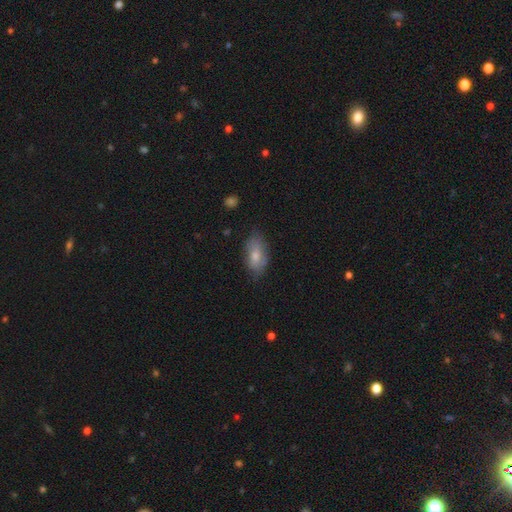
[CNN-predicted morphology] Smooth or featured? smooth (74%)
How rounded? in between (90%)
Merging? none (67%)